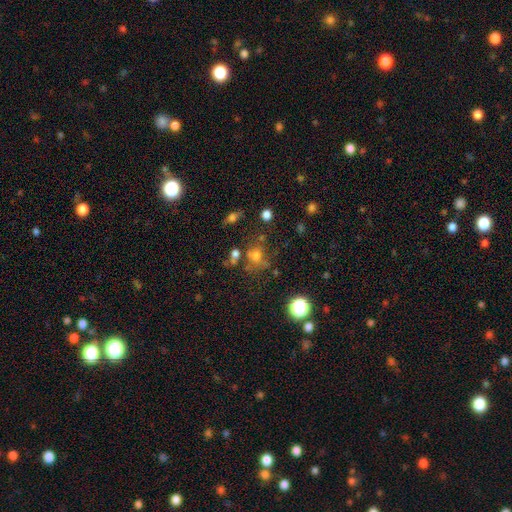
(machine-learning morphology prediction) This appears to be a smooth galaxy with no disk features (61%) that is round (74%). Merging: none (55%).